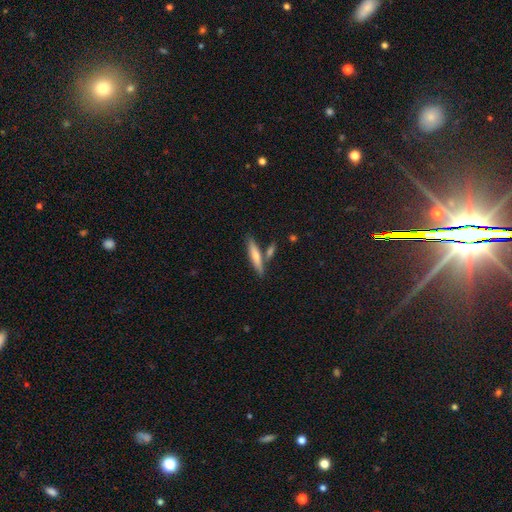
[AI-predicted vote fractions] Overall: smooth (59%; featured or disk 35%). How rounded: cigar-shaped (87%). Merging: none (74%).